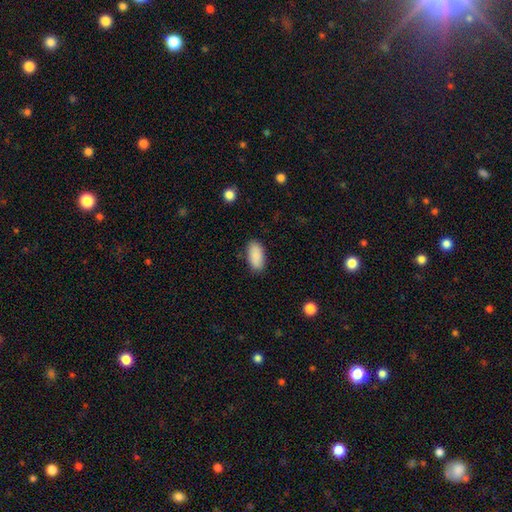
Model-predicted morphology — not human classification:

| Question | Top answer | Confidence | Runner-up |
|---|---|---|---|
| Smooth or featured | smooth | 89% | star or artifact (6%) |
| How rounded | in between | 92% | cigar-shaped (5%) |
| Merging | none | 85% | minor disturbance (11%) |